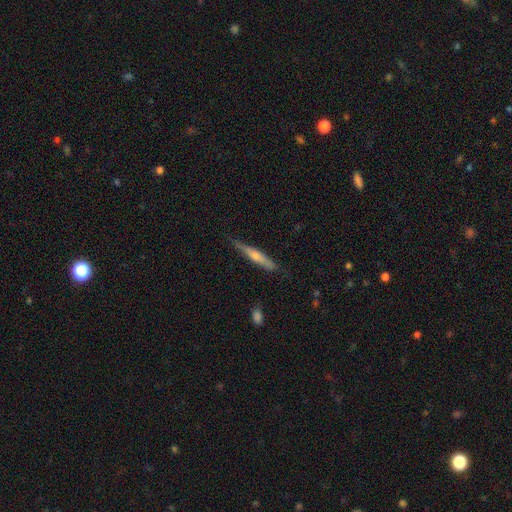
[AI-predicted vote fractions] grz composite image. It shows a featured or disk galaxy (59%) viewed edge-on (96%) with a rounded central bulge (80%). Merging: none (81%).